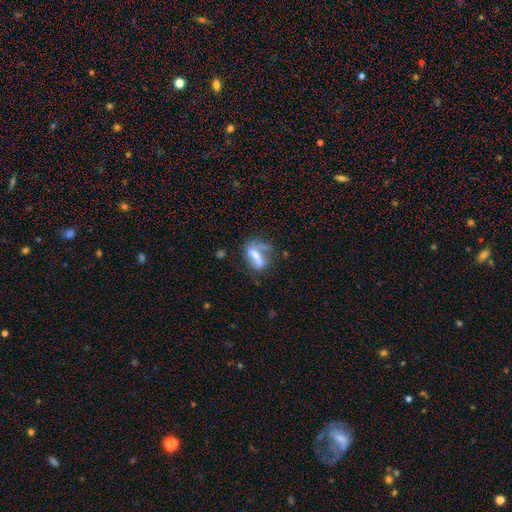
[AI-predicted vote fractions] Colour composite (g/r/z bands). It shows a smooth galaxy with no disk features (48%). Merging: merger (32%).